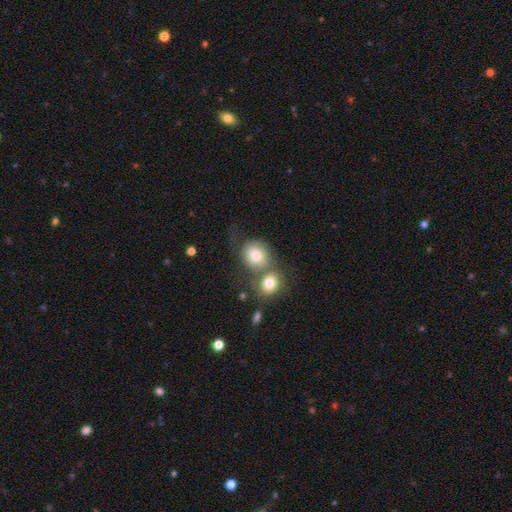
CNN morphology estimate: Smooth or featured? smooth (73%)
How rounded? round (71%)
Merging? merger (48%)